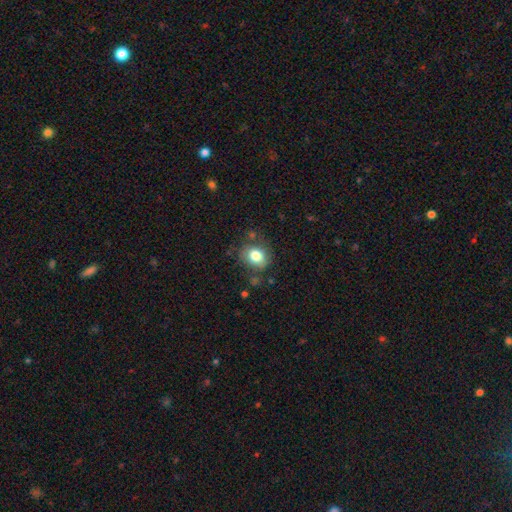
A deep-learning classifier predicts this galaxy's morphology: The model was most divided on "how rounded": round: 56%, in between: 43%, cigar-shaped: 1%. More confident: smooth or featured — smooth (79%); merging — none (74%).